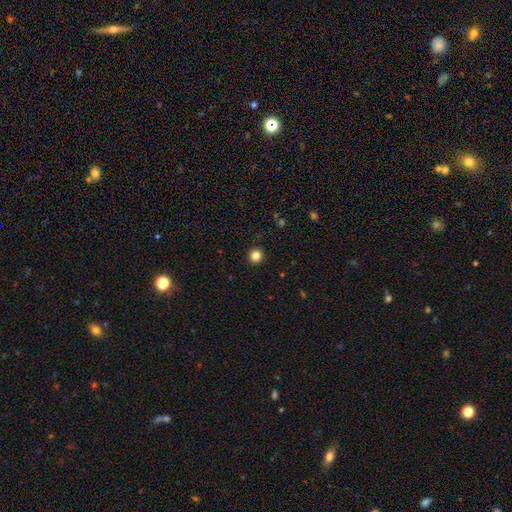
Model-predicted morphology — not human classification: smooth 83%, star or artifact 12%, featured or disk 4%. Down the decision tree: how rounded — round (94%); merging — none (93%).